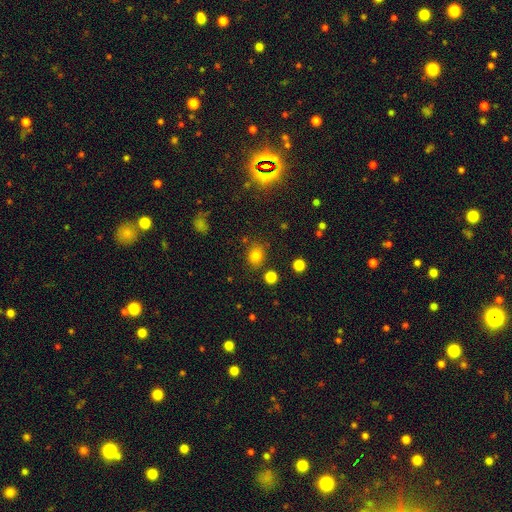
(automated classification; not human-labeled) A smooth galaxy with no disk features (79%) that is round (62%). Merging: none (80%).